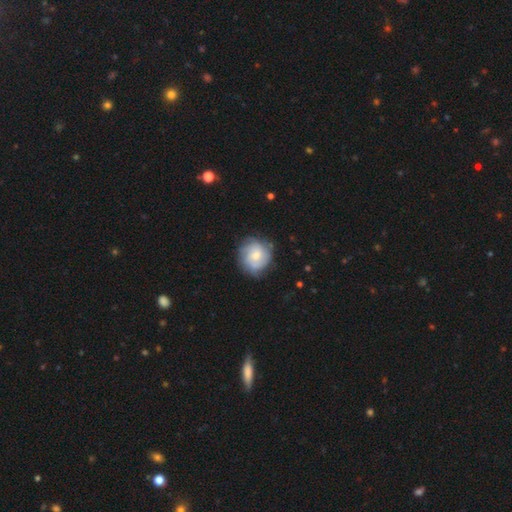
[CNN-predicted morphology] A featured or disk galaxy (54%) with no bar (71%), spiral arms (85%) and a small central bulge (47%). Merging: none (74%).